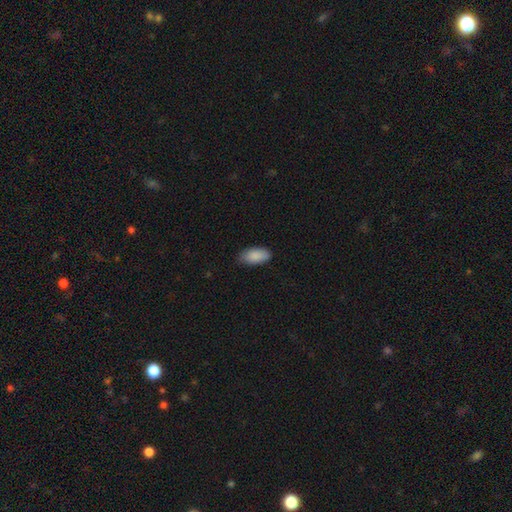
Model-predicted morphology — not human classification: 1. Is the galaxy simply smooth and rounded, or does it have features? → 89% smooth, 6% star or artifact, 5% featured or disk.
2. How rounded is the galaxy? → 93% in between, 5% cigar-shaped, 2% round.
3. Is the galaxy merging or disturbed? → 79% none, 18% minor disturbance, 3% major disturbance, 1% merger.